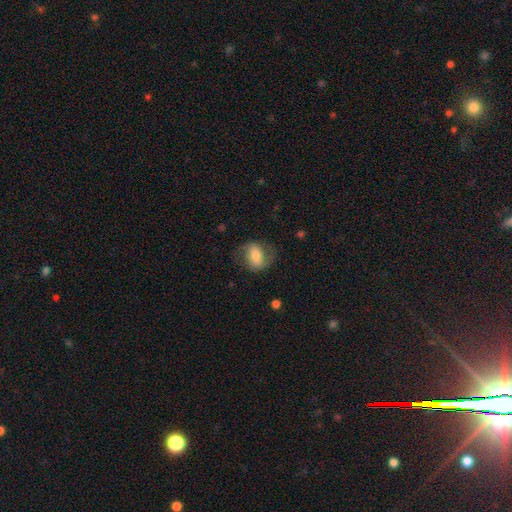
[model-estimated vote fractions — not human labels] Overall: featured or disk (48%; smooth 44%). Merging: none (68%).